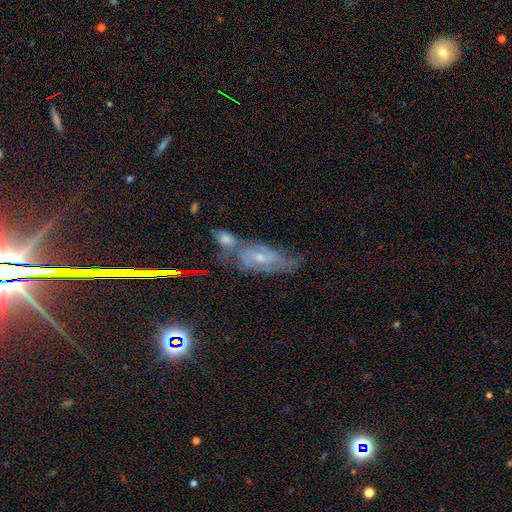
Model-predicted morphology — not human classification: This appears to be a featured or disk galaxy (48%). Merging: none (62%).